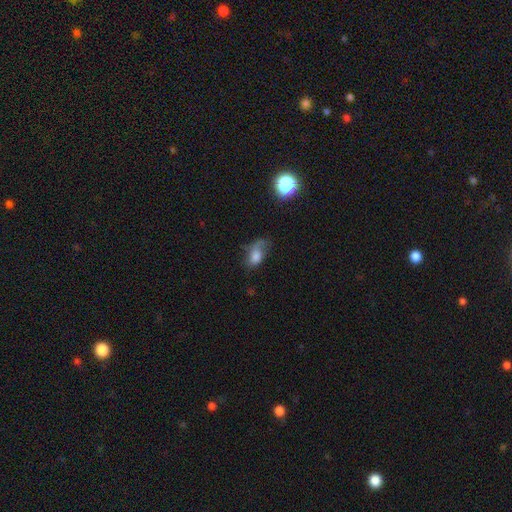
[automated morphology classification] Smooth or featured?
  - smooth: 68% *
  - featured or disk: 20%
  - star or artifact: 12%
How rounded?
  - in between: 85% *
  - round: 12%
  - cigar-shaped: 3%
Merging?
  - major disturbance: 37% *
  - minor disturbance: 30%
  - none: 29%
  - merger: 4%